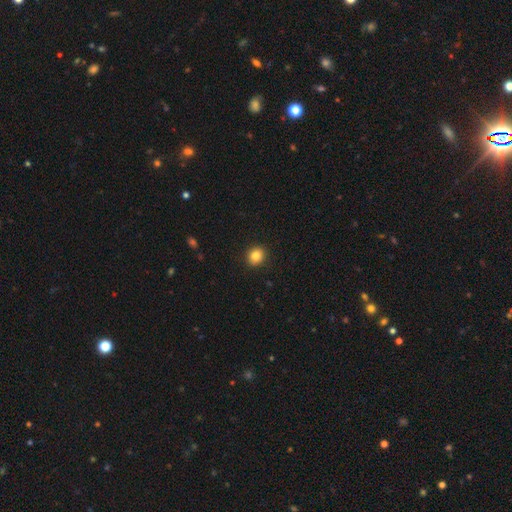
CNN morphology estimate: Smooth or featured?
  - smooth: 84% *
  - star or artifact: 10%
  - featured or disk: 6%
How rounded?
  - round: 75% *
  - in between: 25%
  - cigar-shaped: 1%
Merging?
  - none: 91% *
  - minor disturbance: 6%
  - major disturbance: 2%
  - merger: 1%